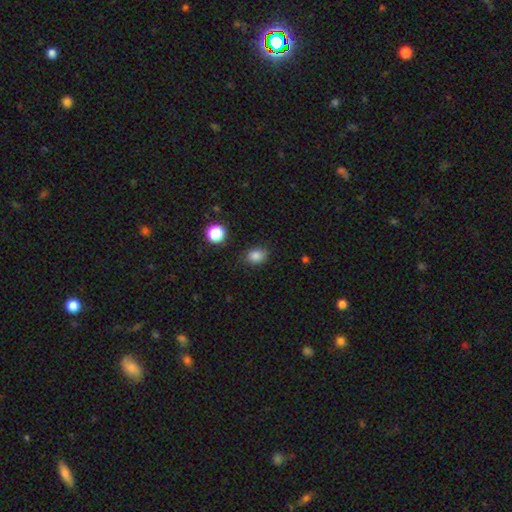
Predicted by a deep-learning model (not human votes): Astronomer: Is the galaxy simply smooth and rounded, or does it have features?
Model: smooth — 84%.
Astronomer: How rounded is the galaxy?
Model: in between — 60% (runner-up: round, 39%).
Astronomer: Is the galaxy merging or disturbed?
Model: none — 81%.